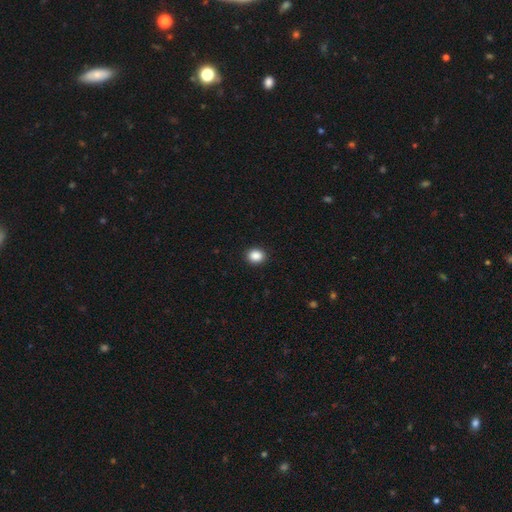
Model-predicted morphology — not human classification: Smooth or featured? Predicted: smooth (p=0.88). How rounded? Predicted: round (p=0.63). Merging? Predicted: none (p=0.91).